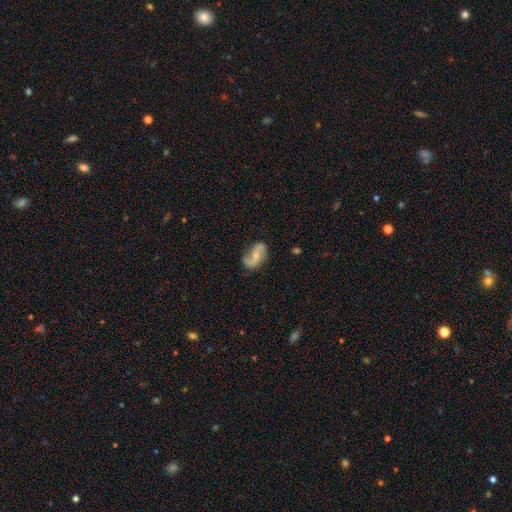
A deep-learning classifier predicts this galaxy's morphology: Smooth or featured?
  - featured or disk: 74% *
  - smooth: 20%
  - star or artifact: 6%
Edge-on disk?
  - no: 97% *
  - yes: 3%
Bar?
  - no: 45% *
  - weak: 38%
  - strong: 17%
Spiral arms?
  - yes: 92% *
  - no: 8%
Spiral winding?
  - loose: 65% *
  - medium: 27%
  - tight: 8%
Spiral arm count?
  - 2: 89% *
  - 1: 5%
  - can't tell: 4%
  - 3: 1%
  - 4: 1%
  - more than 4: 1%
Bulge size?
  - small: 51% *
  - moderate: 38%
  - none: 7%
  - large: 2%
  - dominant: 1%
Merging?
  - none: 69% *
  - minor disturbance: 21%
  - major disturbance: 8%
  - merger: 3%